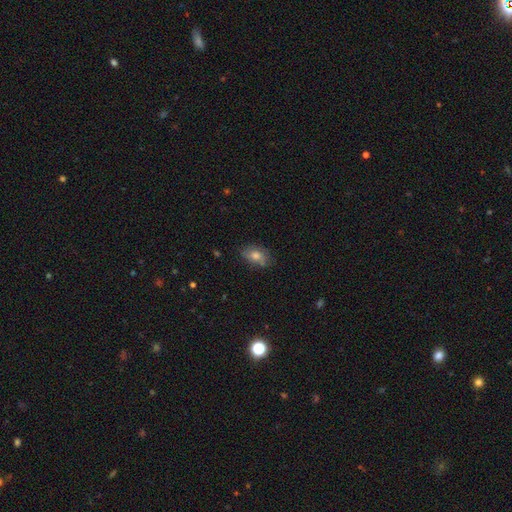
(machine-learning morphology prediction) Overall: smooth (66%). How rounded: in between (83%). Merging: none (74%).